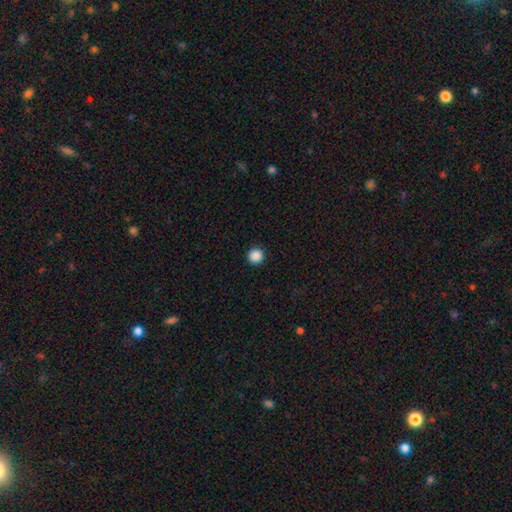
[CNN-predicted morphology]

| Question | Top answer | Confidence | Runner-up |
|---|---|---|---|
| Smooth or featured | smooth | 88% | star or artifact (10%) |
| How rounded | round | 96% | in between (3%) |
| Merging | none | 93% | minor disturbance (4%) |